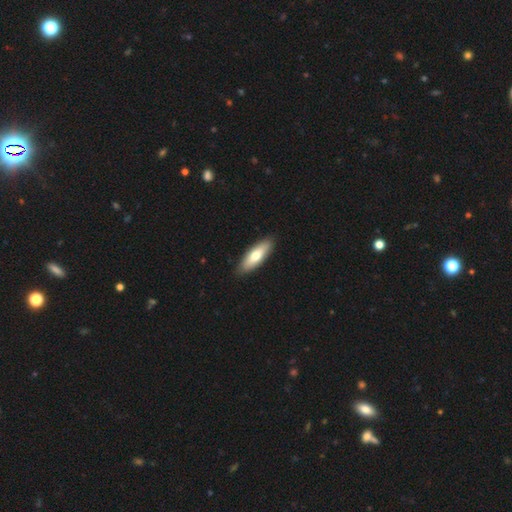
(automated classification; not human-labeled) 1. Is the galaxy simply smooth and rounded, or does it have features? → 66% smooth, 29% featured or disk, 5% star or artifact.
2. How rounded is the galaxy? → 54% in between, 44% cigar-shaped, 2% round.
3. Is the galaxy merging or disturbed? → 89% none, 8% minor disturbance, 2% major disturbance, 1% merger.